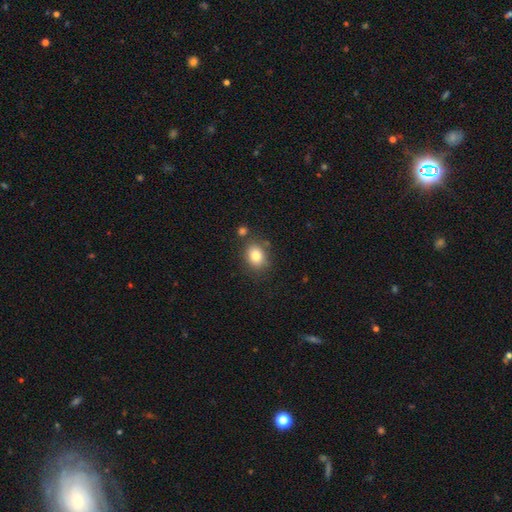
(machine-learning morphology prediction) The model was most divided on "how rounded": in between: 55%, round: 44%, cigar-shaped: 1%. More confident: smooth or featured — smooth (82%); merging — none (75%).